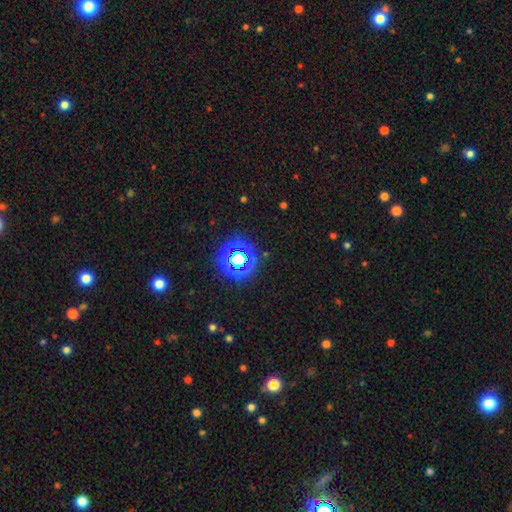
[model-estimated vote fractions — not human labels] Smooth or featured: star or artifact — 65% (smooth — 29%)